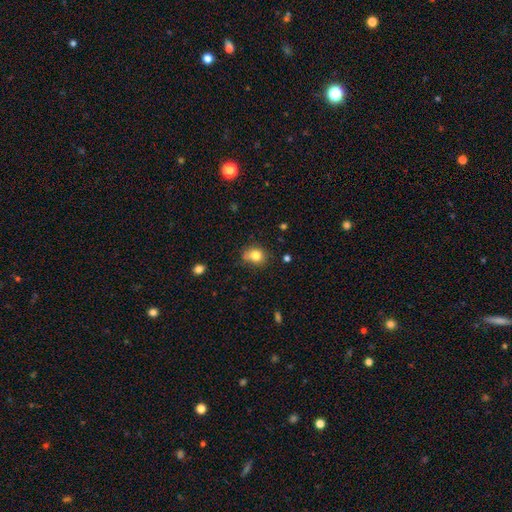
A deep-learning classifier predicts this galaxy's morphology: Q: Smooth or featured?
A: smooth (80%); runner-up: star or artifact (11%)
Q: How rounded?
A: round (60%); runner-up: in between (39%)
Q: Merging?
A: none (64%); runner-up: minor disturbance (25%)